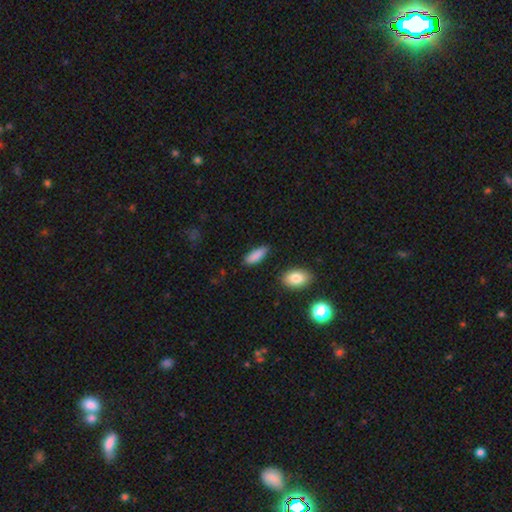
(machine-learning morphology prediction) This appears to be a smooth galaxy with no disk features (88%) that is in between round and cigar-shaped (69%). Merging: none (81%).